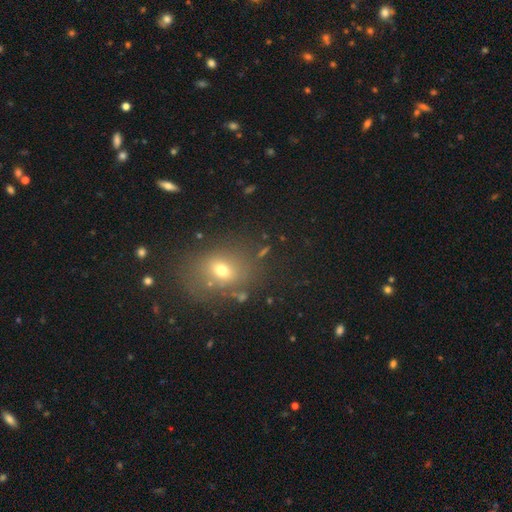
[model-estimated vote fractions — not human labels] Morphology: type=smooth (60%); roundness=round (50%); merging=none (78%).